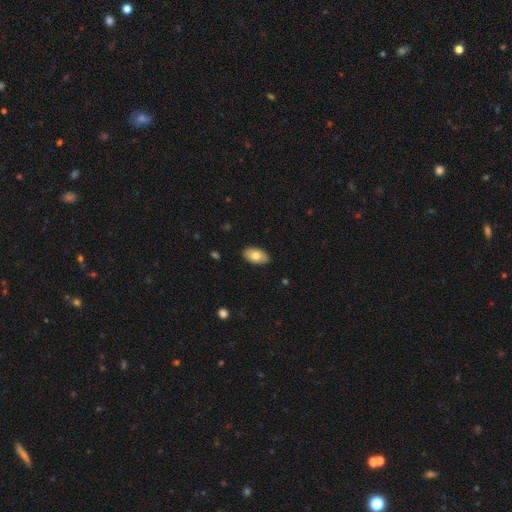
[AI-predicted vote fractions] Smooth or featured? smooth (75%)
How rounded? in between (94%)
Merging? none (88%)